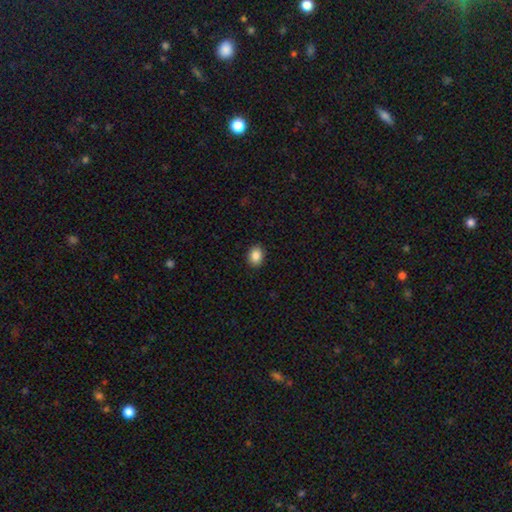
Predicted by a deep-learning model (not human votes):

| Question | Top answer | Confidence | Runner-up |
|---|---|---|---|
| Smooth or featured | smooth | 87% | star or artifact (8%) |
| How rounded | in between | 58% | round (41%) |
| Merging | none | 90% | minor disturbance (7%) |